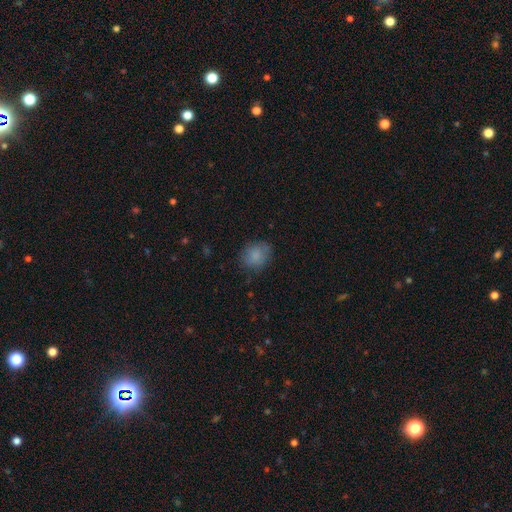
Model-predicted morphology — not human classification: A smooth galaxy with no disk features (83%) that is round (64%). Merging: none (76%).